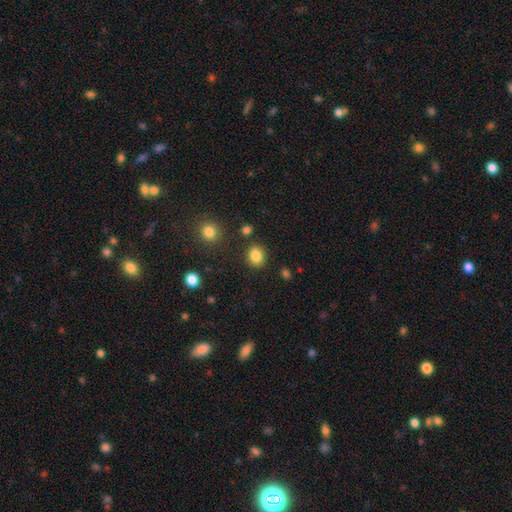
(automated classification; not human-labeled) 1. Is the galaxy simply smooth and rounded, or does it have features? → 85% smooth, 10% star or artifact, 5% featured or disk.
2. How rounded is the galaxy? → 67% round, 33% in between, 1% cigar-shaped.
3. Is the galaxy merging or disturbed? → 85% none, 8% minor disturbance, 3% merger, 3% major disturbance.